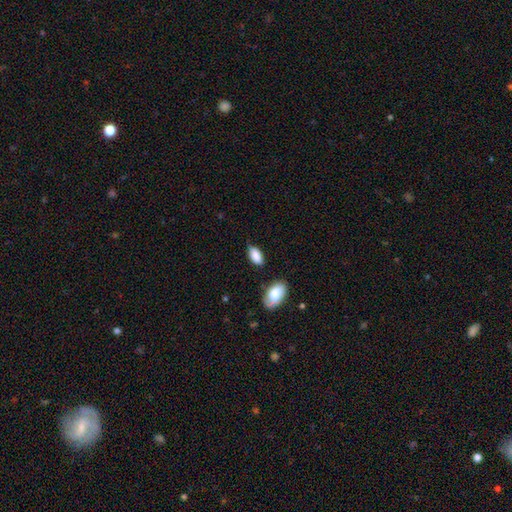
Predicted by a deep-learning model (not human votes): This is clearly a smooth galaxy (87%). How rounded: clearly in between (92%). Merging: likely none (66%).